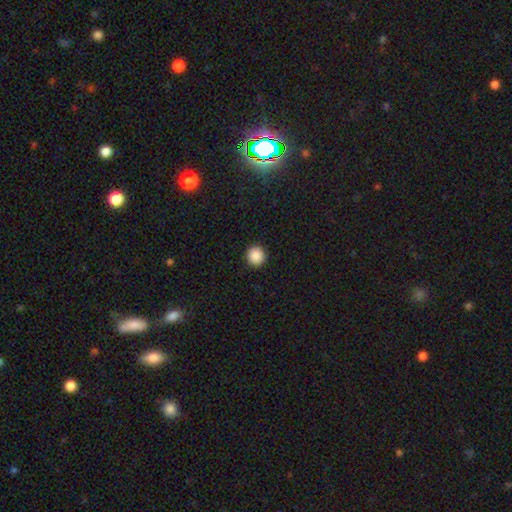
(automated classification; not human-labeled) Q: Smooth or featured?
A: smooth (88%); runner-up: star or artifact (9%)
Q: How rounded?
A: round (94%); runner-up: in between (6%)
Q: Merging?
A: none (92%); runner-up: minor disturbance (5%)